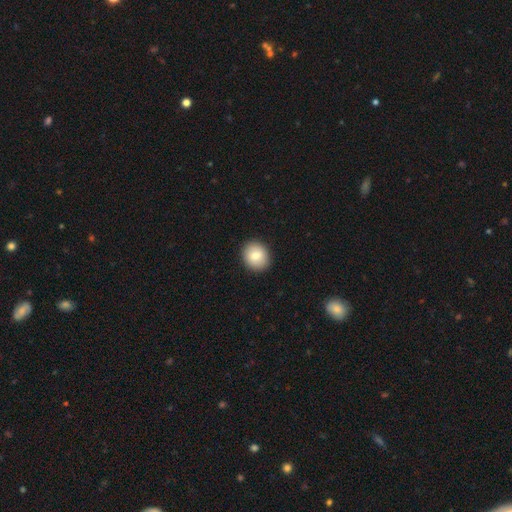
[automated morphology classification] This is clearly a smooth galaxy (82%). How rounded: likely round (70%). Merging: clearly none (91%).